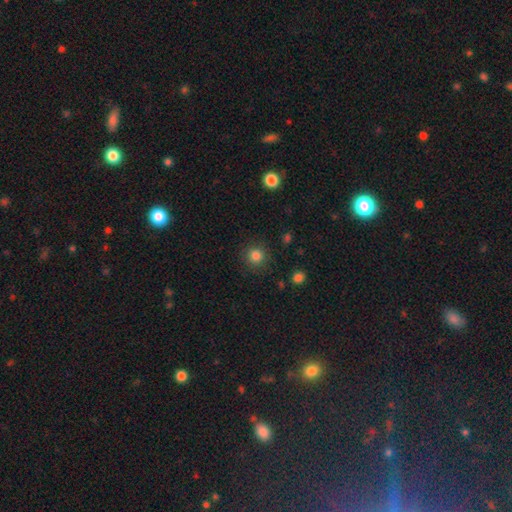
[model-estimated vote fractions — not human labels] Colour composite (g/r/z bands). It shows a smooth galaxy with no disk features (83%) that is round (93%). Merging: none (88%).